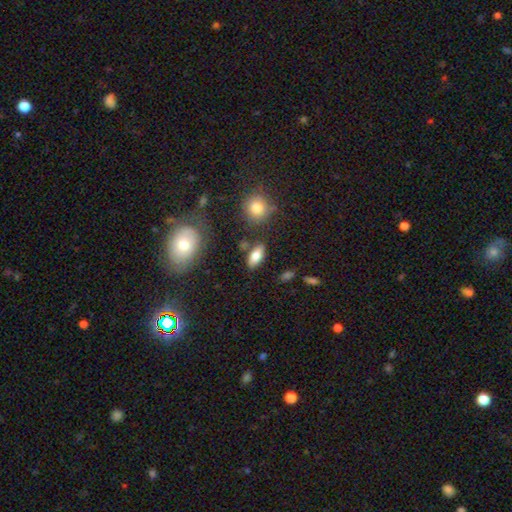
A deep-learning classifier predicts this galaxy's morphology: This is likely a smooth galaxy (76%). How rounded: clearly in between (83%). Merging: likely none (79%).